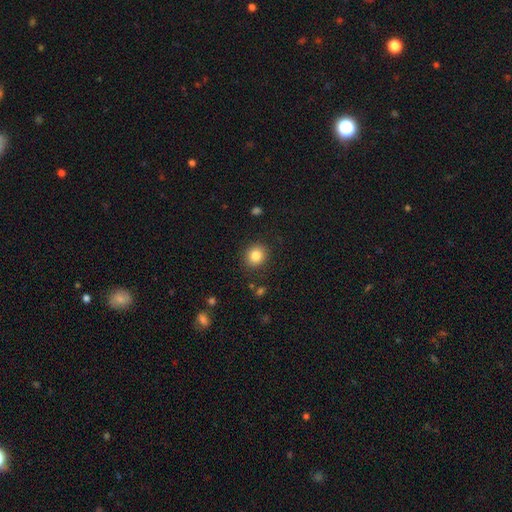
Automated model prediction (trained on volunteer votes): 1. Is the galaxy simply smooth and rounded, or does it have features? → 84% smooth, 10% star or artifact, 6% featured or disk.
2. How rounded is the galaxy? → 82% round, 17% in between, 1% cigar-shaped.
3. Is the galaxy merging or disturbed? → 88% none, 8% minor disturbance, 3% major disturbance, 1% merger.